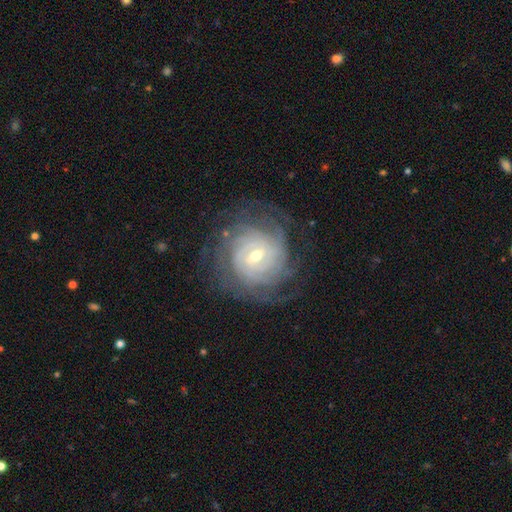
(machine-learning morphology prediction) smooth-or-featured: featured or disk: 87% | smooth: 7% | star or artifact: 6%
  disk-edge-on: no: 97% | yes: 3%
    bar: weak: 57% | no: 22% | strong: 21%
    has-spiral-arms: yes: 96% | no: 4%
      spiral-winding: tight: 79% | medium: 17% | loose: 4%
      spiral-arm-count: can't tell: 40% | 4: 19% | more than 4: 12% | 3: 12% | 2: 11% | 1: 6%
    bulge-size: small: 51% | moderate: 45% | large: 2% | none: 1% | dominant: 1%
  merging: none: 78% | minor disturbance: 14% | major disturbance: 8% | merger: 1%